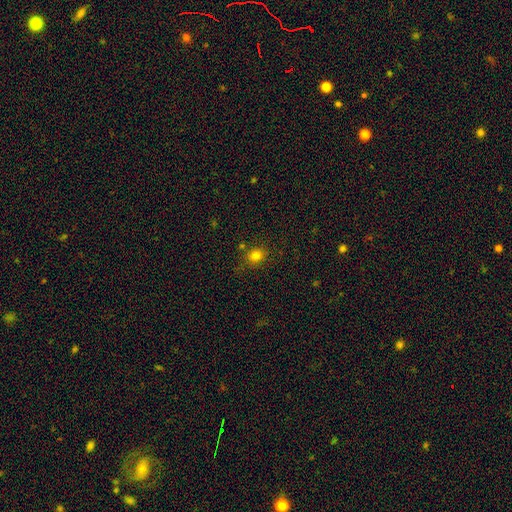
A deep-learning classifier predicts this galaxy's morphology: type=smooth (79%); roundness=round (70%); merging=none (76%).